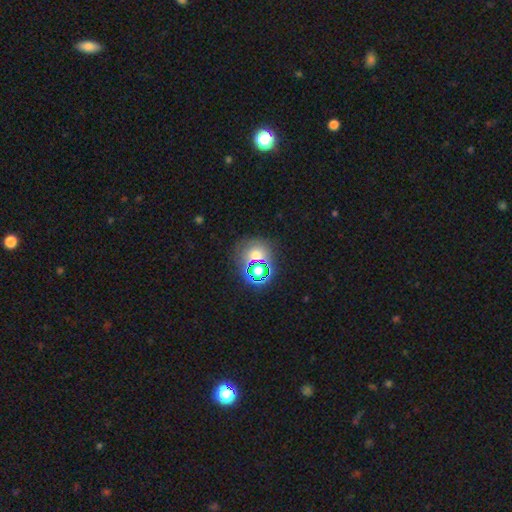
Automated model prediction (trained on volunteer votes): This is possibly a smooth galaxy (48%). Merging: likely none (65%).